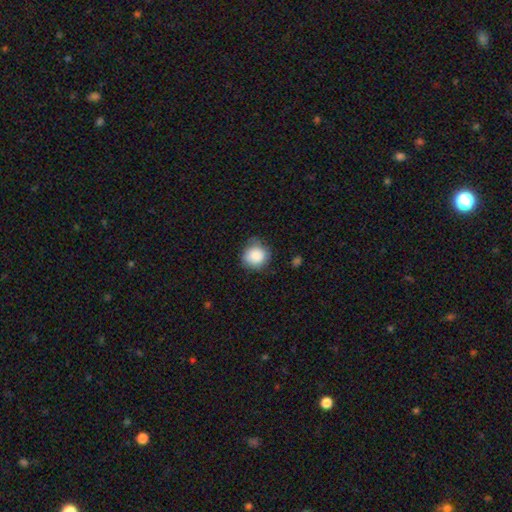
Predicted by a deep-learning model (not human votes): smooth-or-featured: smooth: 86% | star or artifact: 8% | featured or disk: 6%
  how-rounded: round: 87% | in between: 12% | cigar-shaped: 1%
  merging: none: 68% | minor disturbance: 25% | major disturbance: 6% | merger: 2%